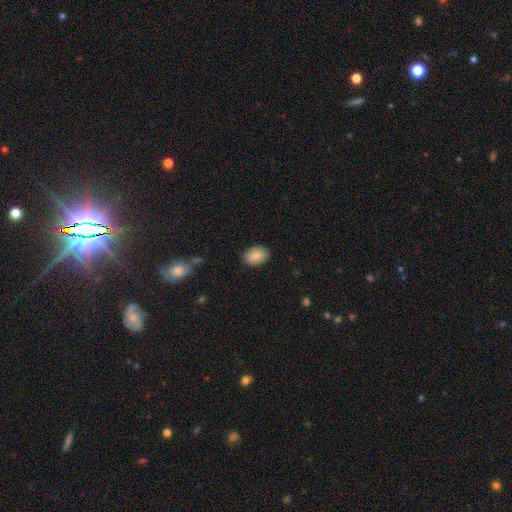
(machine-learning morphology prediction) The model was most divided on "how rounded": in between: 79%, round: 20%, cigar-shaped: 1%. More confident: merging — none (86%); smooth or featured — smooth (84%).